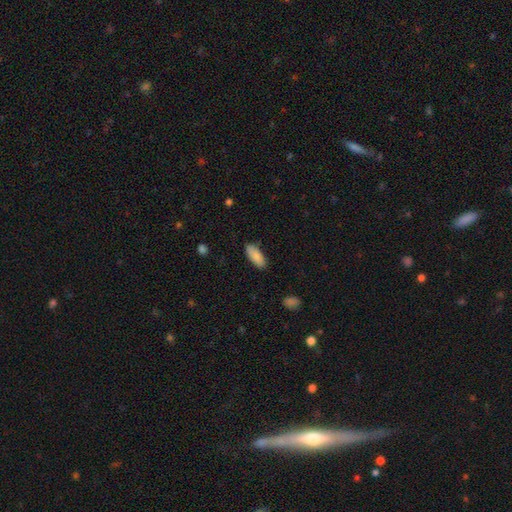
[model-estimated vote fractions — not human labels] Morphology: type=smooth (87%); roundness=in between (82%); merging=none (84%).